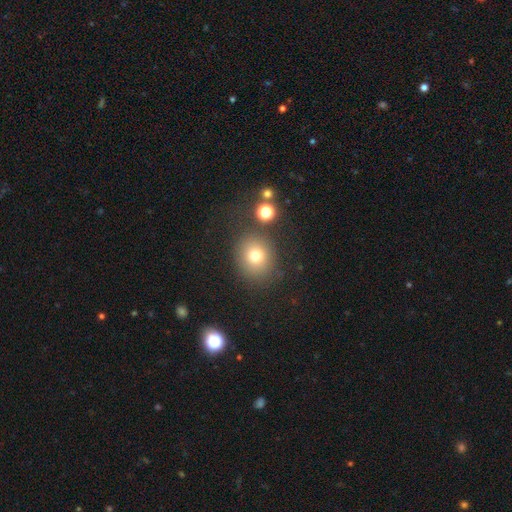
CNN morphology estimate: A smooth galaxy with no disk features (74%) that is round (78%). Merging: none (80%).